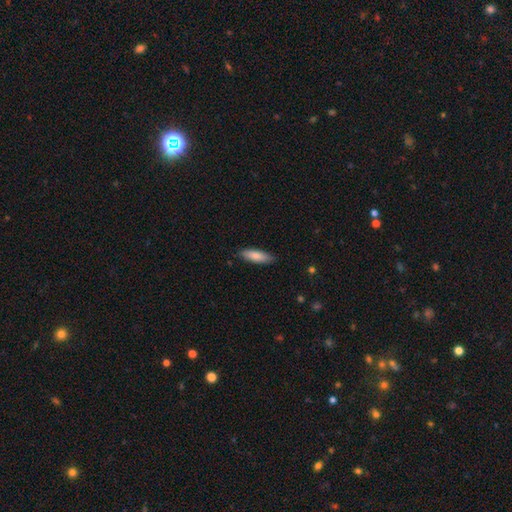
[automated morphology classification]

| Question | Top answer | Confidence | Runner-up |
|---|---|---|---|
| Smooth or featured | smooth | 81% | featured or disk (13%) |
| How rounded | in between | 51% | cigar-shaped (47%) |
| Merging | none | 84% | minor disturbance (13%) |